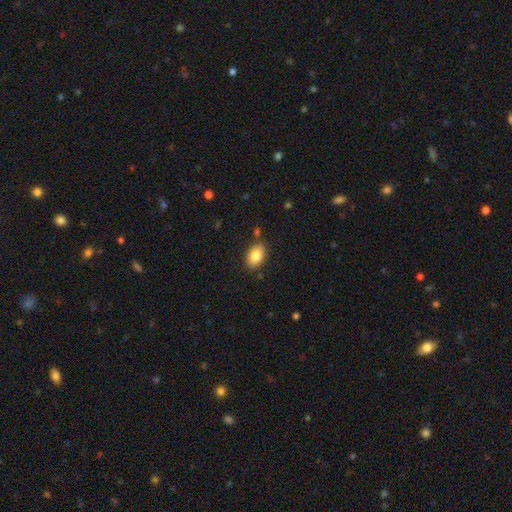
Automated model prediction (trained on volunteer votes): A smooth galaxy with no disk features (84%) that is in between round and cigar-shaped (89%).

Vote fractions:
- Smooth or featured? smooth: 84% / featured or disk: 9% / star or artifact: 7%
- How rounded? in between: 89% / round: 10% / cigar-shaped: 1%
- Merging? none: 84% / minor disturbance: 11% / merger: 3% / major disturbance: 2%